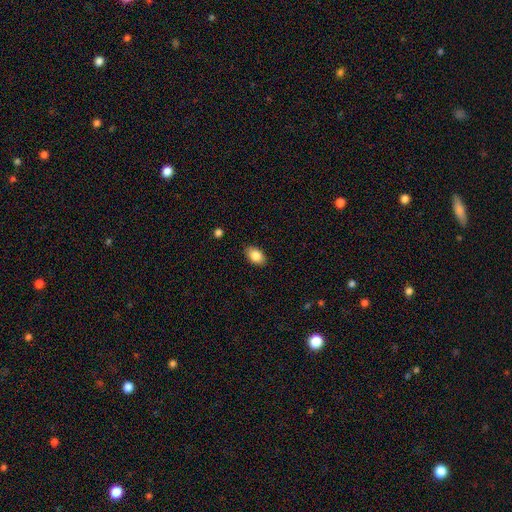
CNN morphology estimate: The model was most divided on "merging": none: 87%, minor disturbance: 9%, major disturbance: 2%, merger: 1%. More confident: how rounded — in between (89%); smooth or featured — smooth (86%).